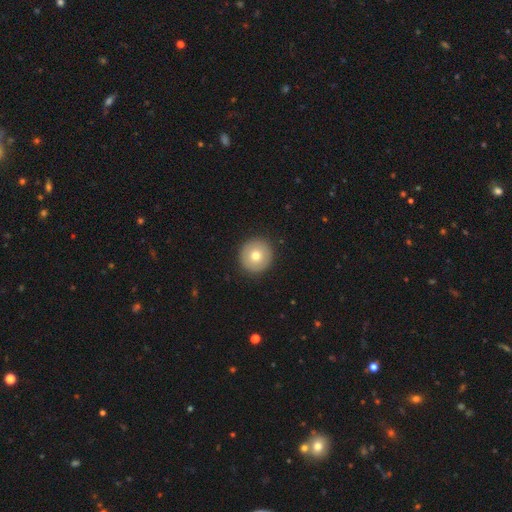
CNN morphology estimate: Q: Smooth or featured?
A: smooth (71%); runner-up: featured or disk (21%)
Q: How rounded?
A: round (95%); runner-up: in between (4%)
Q: Merging?
A: none (92%); runner-up: minor disturbance (5%)